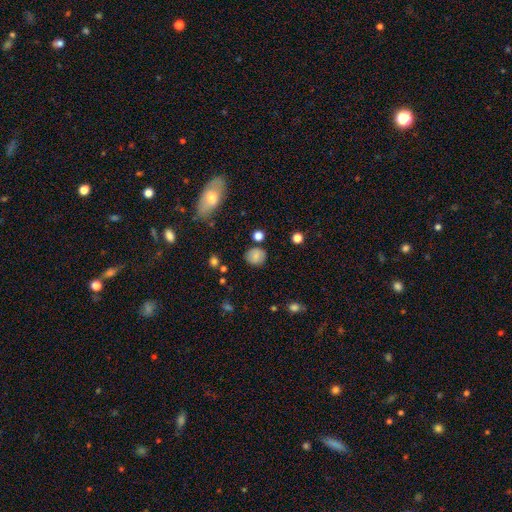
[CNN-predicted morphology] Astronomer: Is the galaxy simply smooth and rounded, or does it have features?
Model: smooth — 79%.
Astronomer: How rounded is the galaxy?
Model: round — 81%.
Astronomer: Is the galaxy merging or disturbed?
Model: none — 80%.